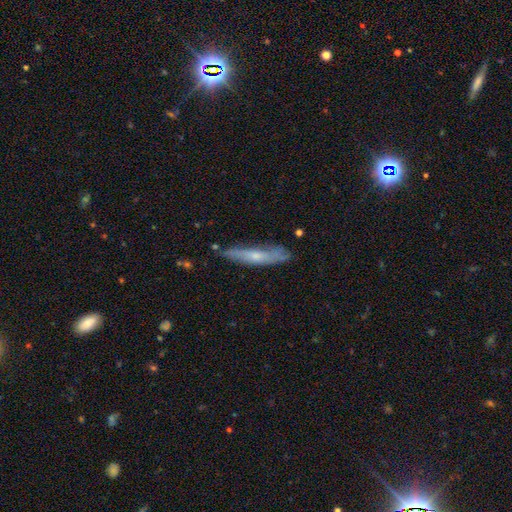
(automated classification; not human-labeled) This appears to be a smooth galaxy with no disk features (48%). Merging: none (72%).